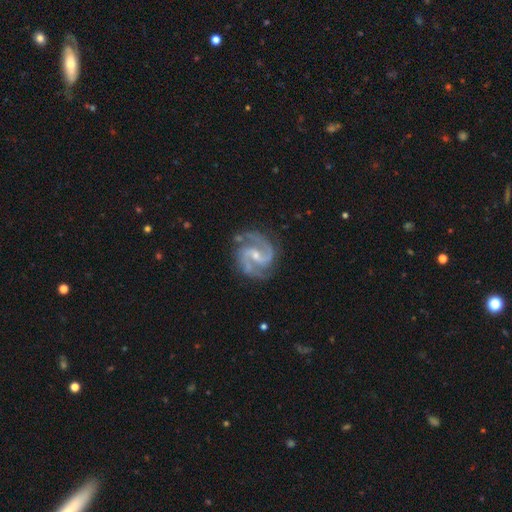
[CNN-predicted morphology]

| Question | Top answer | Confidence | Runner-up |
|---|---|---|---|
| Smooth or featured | featured or disk | 93% | star or artifact (4%) |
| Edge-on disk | no | 98% | yes (2%) |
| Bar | weak | 51% | strong (27%) |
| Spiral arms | yes | 98% | no (2%) |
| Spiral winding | medium | 64% | tight (24%) |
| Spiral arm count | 2 | 84% | 3 (9%) |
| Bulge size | small | 61% | moderate (33%) |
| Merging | none | 75% | minor disturbance (17%) |